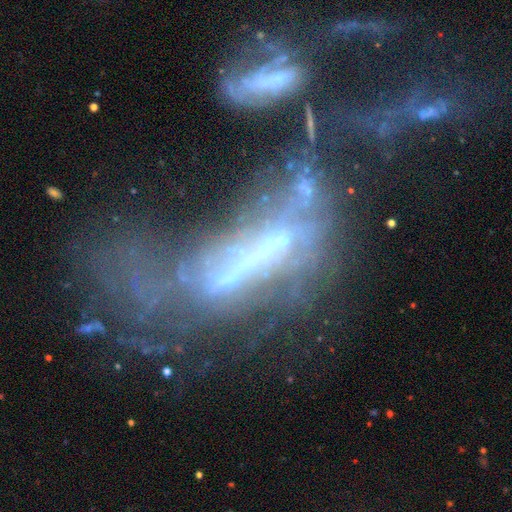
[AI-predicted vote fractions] The model was most divided on "merging": merger: 44%, major disturbance: 37%, none: 11%, minor disturbance: 8%. More confident: edge-on disk — no (74%); smooth or featured — featured or disk (66%).